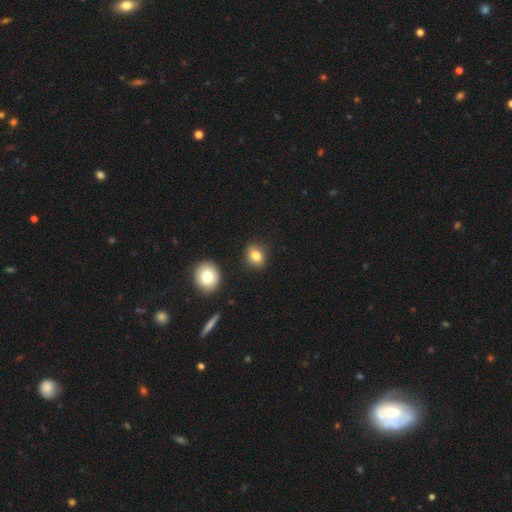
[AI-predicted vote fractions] smooth-or-featured: smooth: 82% | star or artifact: 11% | featured or disk: 8%
  how-rounded: round: 62% | in between: 37% | cigar-shaped: 1%
  merging: none: 86% | minor disturbance: 9% | merger: 3% | major disturbance: 2%